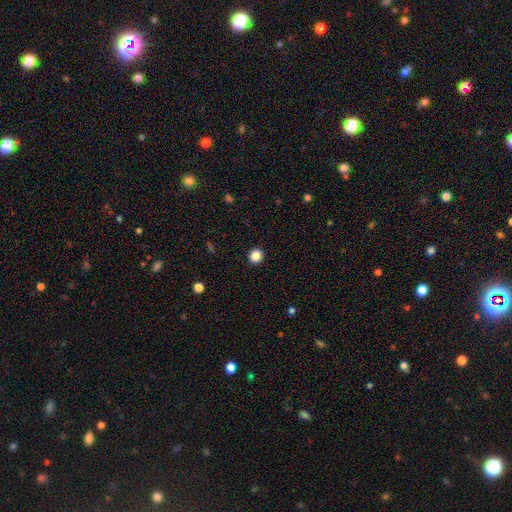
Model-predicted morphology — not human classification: This appears to be a smooth galaxy with no disk features (87%) that is round (84%). Merging: none (92%).